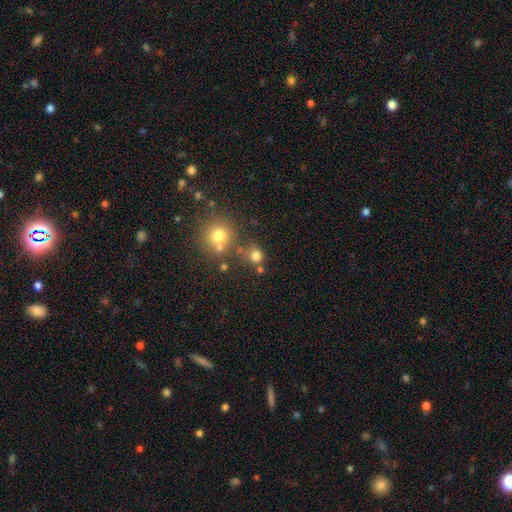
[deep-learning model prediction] Smooth or featured?
  - smooth: 76% *
  - star or artifact: 16%
  - featured or disk: 8%
How rounded?
  - round: 87% *
  - in between: 12%
  - cigar-shaped: 1%
Merging?
  - none: 65% *
  - merger: 19%
  - minor disturbance: 11%
  - major disturbance: 5%